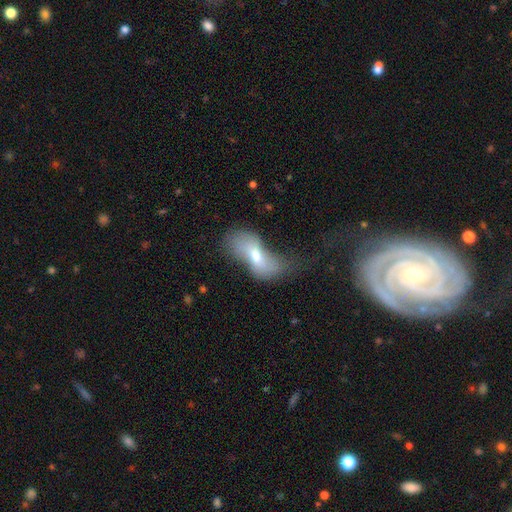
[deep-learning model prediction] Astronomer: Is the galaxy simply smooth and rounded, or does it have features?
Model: smooth — 49% (runner-up: featured or disk, 41%).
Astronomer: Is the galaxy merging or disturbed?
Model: major disturbance — 39% (runner-up: none, 23%).